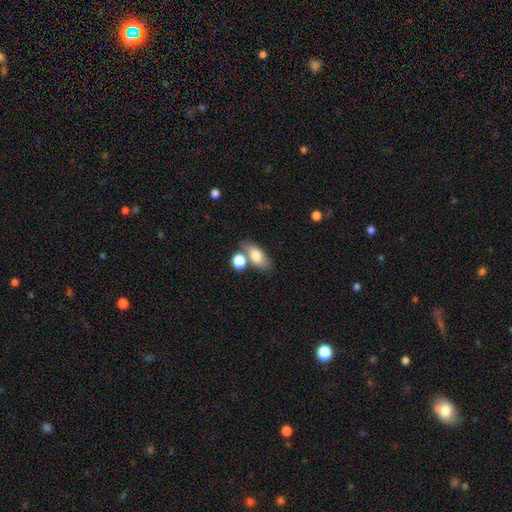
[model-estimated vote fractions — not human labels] Smooth or featured? Predicted: smooth (p=0.76). How rounded? Predicted: in between (p=0.85). Merging? Predicted: none (p=0.56).